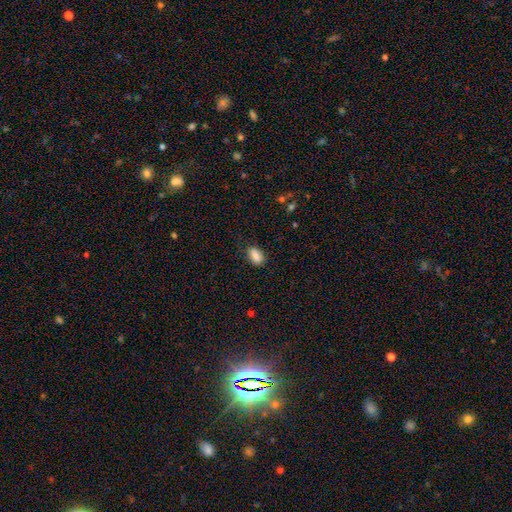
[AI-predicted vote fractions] Smooth or featured? Predicted: smooth (p=0.87). How rounded? Predicted: in between (p=0.89). Merging? Predicted: none (p=0.78).